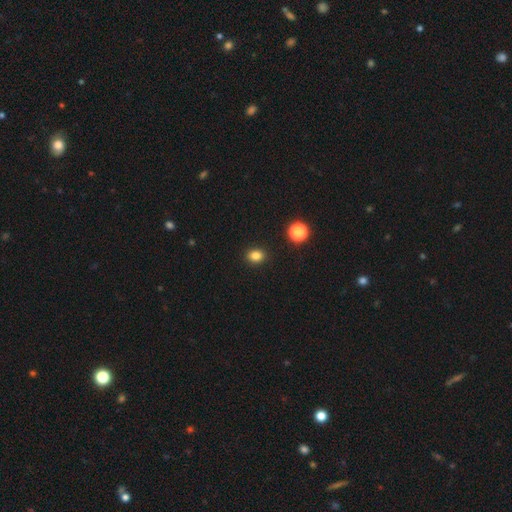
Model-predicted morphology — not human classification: smooth 83%, star or artifact 13%, featured or disk 4%. Down the decision tree: how rounded — round (50%); merging — none (90%).